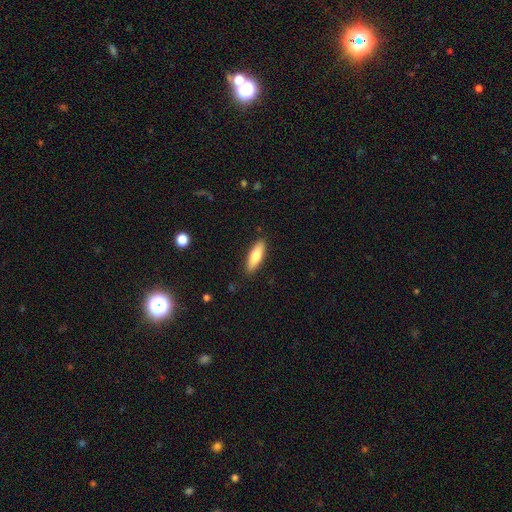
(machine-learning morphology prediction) A smooth galaxy with no disk features (73%) that is in between round and cigar-shaped (53%). Merging: none (89%).